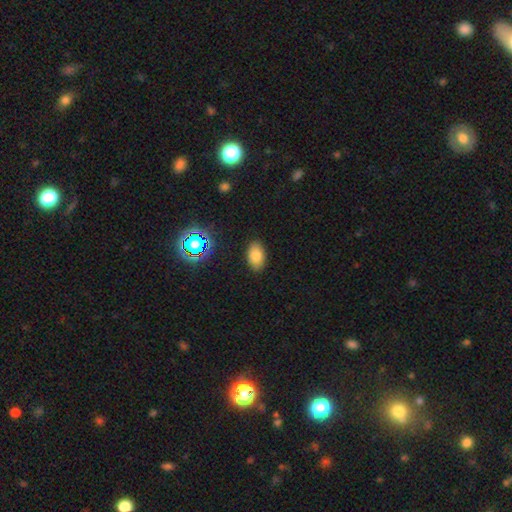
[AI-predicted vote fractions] Smooth or featured? smooth (79%)
How rounded? in between (91%)
Merging? none (87%)